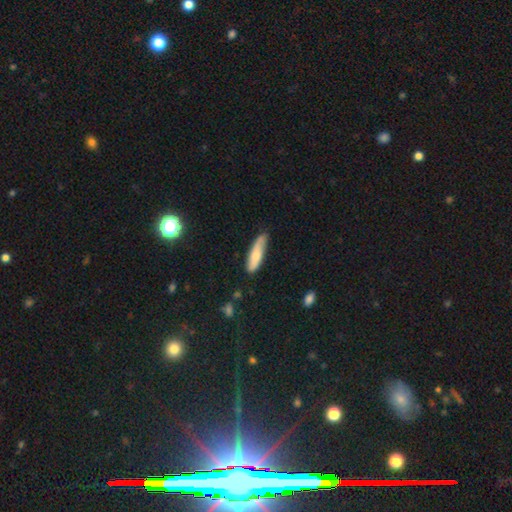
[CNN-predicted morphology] This appears to be a smooth galaxy with no disk features (72%) that is cigar-shaped (69%). Merging: none (71%).